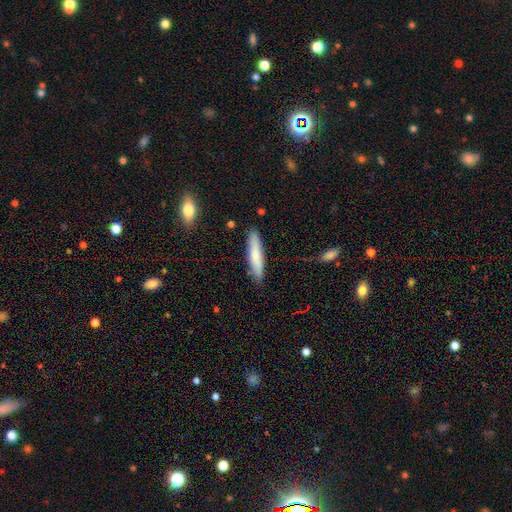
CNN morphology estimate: Smooth or featured?
  - smooth: 75% *
  - featured or disk: 19%
  - star or artifact: 6%
How rounded?
  - cigar-shaped: 86% *
  - in between: 13%
  - round: 1%
Merging?
  - none: 85% *
  - minor disturbance: 11%
  - major disturbance: 2%
  - merger: 2%